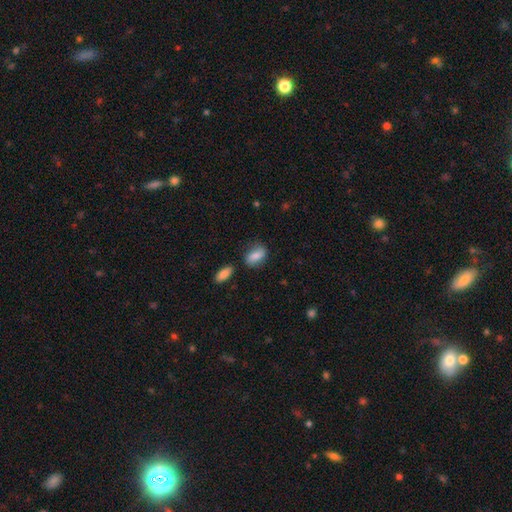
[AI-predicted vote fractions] smooth 81%, featured or disk 12%, star or artifact 7%. Down the decision tree: how rounded — in between (85%); merging — none (70%).